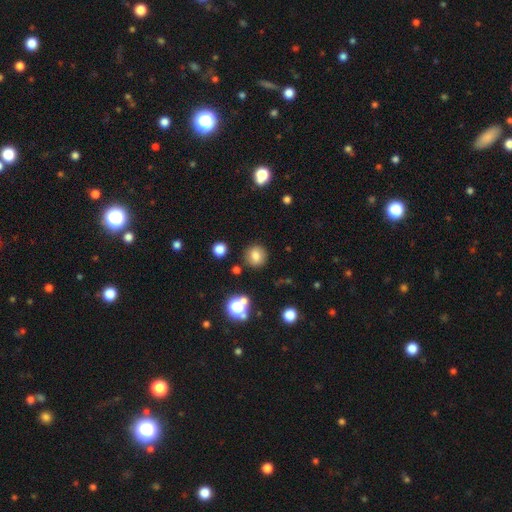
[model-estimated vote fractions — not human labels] Morphology: type=smooth (77%); roundness=round (86%); merging=none (87%).